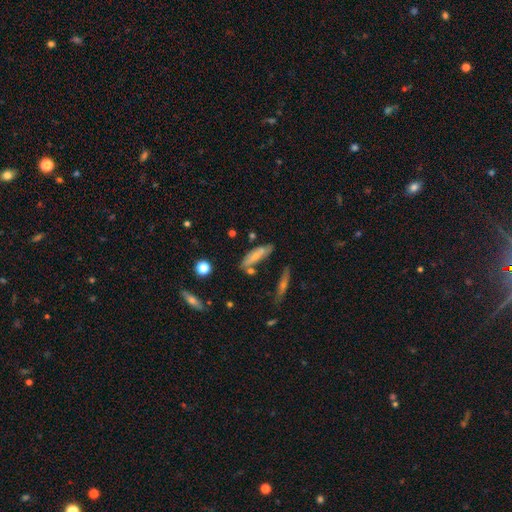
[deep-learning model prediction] Overall: smooth (56%; featured or disk 36%). How rounded: cigar-shaped (52%; in between 45%). Merging: none (61%; minor disturbance 21%).